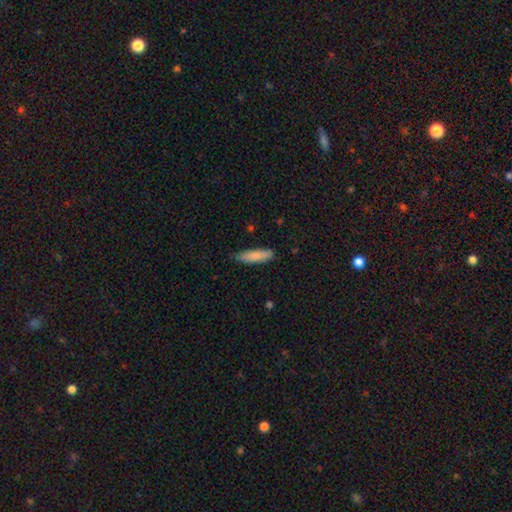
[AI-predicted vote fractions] A smooth galaxy with no disk features (85%) that is cigar-shaped (67%).

Vote fractions:
- Smooth or featured? smooth: 85% / featured or disk: 10% / star or artifact: 6%
- How rounded? cigar-shaped: 67% / in between: 31% / round: 1%
- Merging? none: 77% / minor disturbance: 19% / major disturbance: 3% / merger: 1%